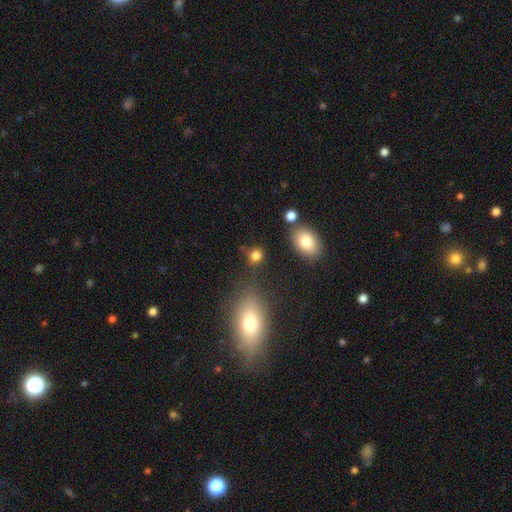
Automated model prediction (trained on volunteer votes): Smooth or featured?
  - smooth: 81% *
  - star or artifact: 13%
  - featured or disk: 6%
How rounded?
  - round: 69% *
  - in between: 29%
  - cigar-shaped: 2%
Merging?
  - none: 72% *
  - minor disturbance: 13%
  - merger: 9%
  - major disturbance: 6%